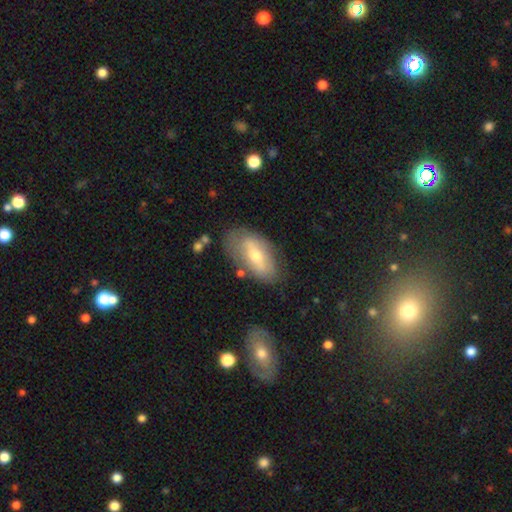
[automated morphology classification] Smooth or featured? featured or disk (48%)
Merging? none (72%)